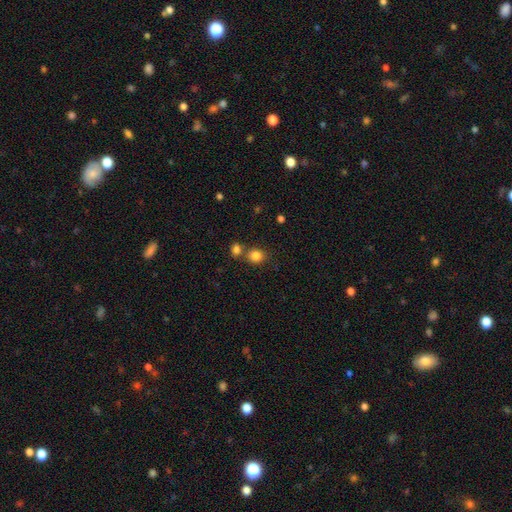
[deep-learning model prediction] Smooth or featured: smooth — 83% (star or artifact — 11%)
How rounded: round — 72% (in between — 27%)
Merging: none — 63% (merger — 25%)